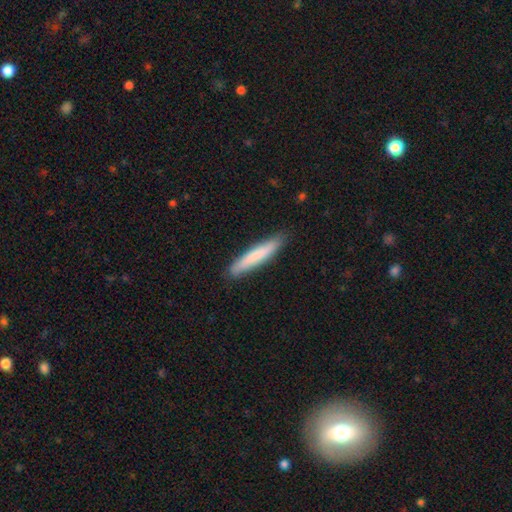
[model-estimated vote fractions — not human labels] A smooth galaxy with no disk features (77%) that is cigar-shaped (93%). Merging: none (87%).